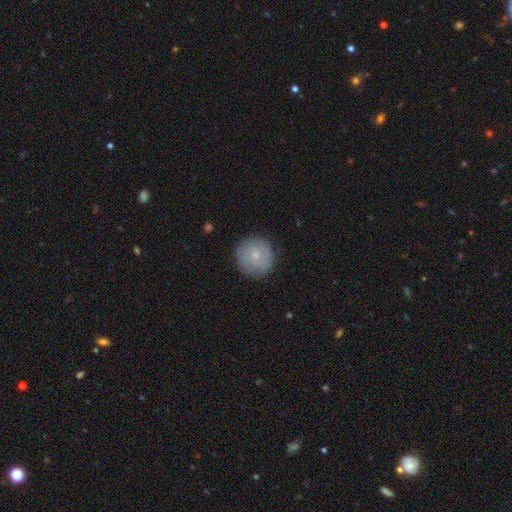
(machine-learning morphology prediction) Smooth or featured? smooth (72%)
How rounded? round (94%)
Merging? none (86%)